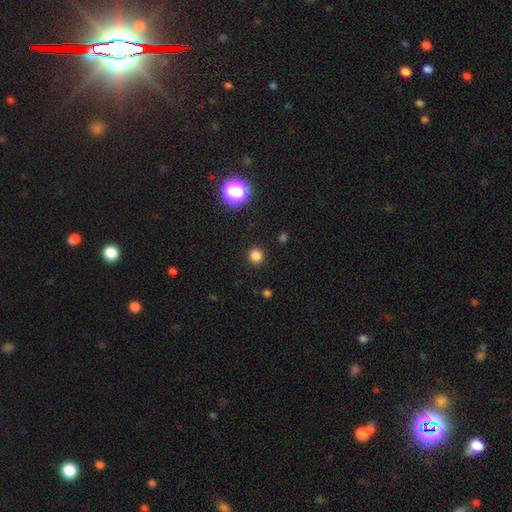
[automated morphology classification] smooth-or-featured: smooth: 81% | star or artifact: 15% | featured or disk: 3%
  how-rounded: round: 91% | in between: 8% | cigar-shaped: 1%
  merging: none: 91% | minor disturbance: 6% | major disturbance: 2% | merger: 1%